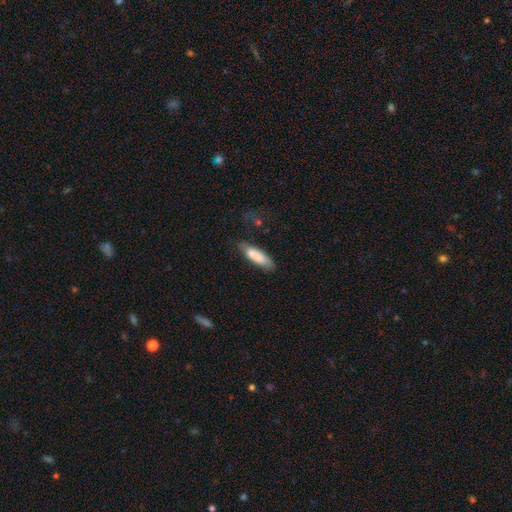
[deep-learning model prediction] A smooth galaxy with no disk features (82%) that is cigar-shaped (54%).

Vote fractions:
- Smooth or featured? smooth: 82% / featured or disk: 12% / star or artifact: 6%
- How rounded? cigar-shaped: 54% / in between: 44% / round: 2%
- Merging? none: 68% / minor disturbance: 23% / major disturbance: 6% / merger: 3%